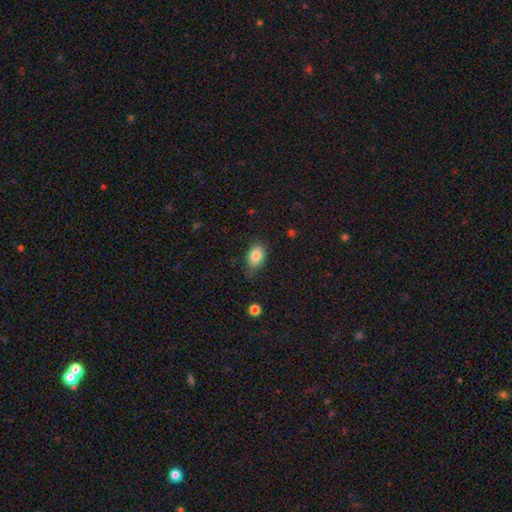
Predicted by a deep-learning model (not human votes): Morphology: type=smooth (83%); roundness=in between (84%); merging=none (60%).